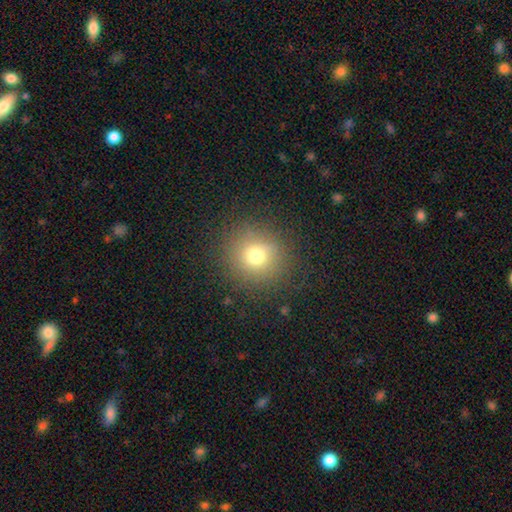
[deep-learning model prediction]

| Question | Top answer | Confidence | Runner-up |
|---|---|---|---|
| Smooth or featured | smooth | 72% | star or artifact (17%) |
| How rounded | round | 92% | in between (7%) |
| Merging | none | 86% | minor disturbance (9%) |